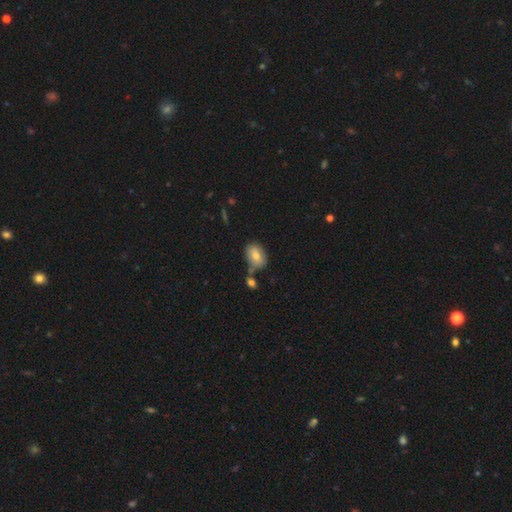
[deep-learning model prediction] smooth-or-featured: smooth: 77% | featured or disk: 14% | star or artifact: 8%
  how-rounded: in between: 75% | round: 24% | cigar-shaped: 1%
  merging: none: 62% | minor disturbance: 18% | merger: 16% | major disturbance: 4%